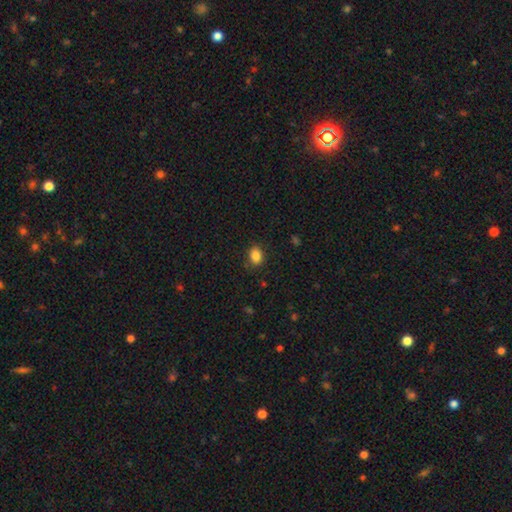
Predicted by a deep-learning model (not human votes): smooth-or-featured: smooth: 86% | star or artifact: 10% | featured or disk: 4%
  how-rounded: in between: 66% | round: 33% | cigar-shaped: 1%
  merging: none: 85% | minor disturbance: 11% | major disturbance: 3% | merger: 1%